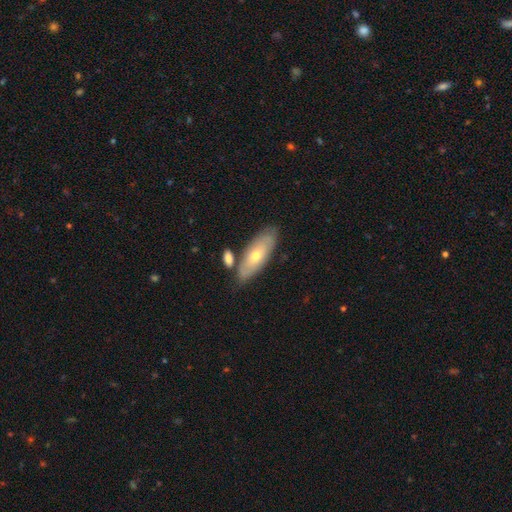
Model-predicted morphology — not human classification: This is possibly a smooth galaxy (57%). How rounded: likely in between (73%). Merging: likely none (71%).